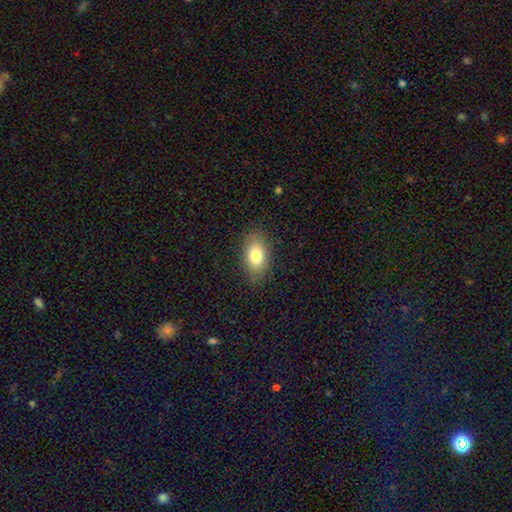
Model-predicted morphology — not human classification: Overall: smooth (79%). How rounded: in between (89%). Merging: none (85%).